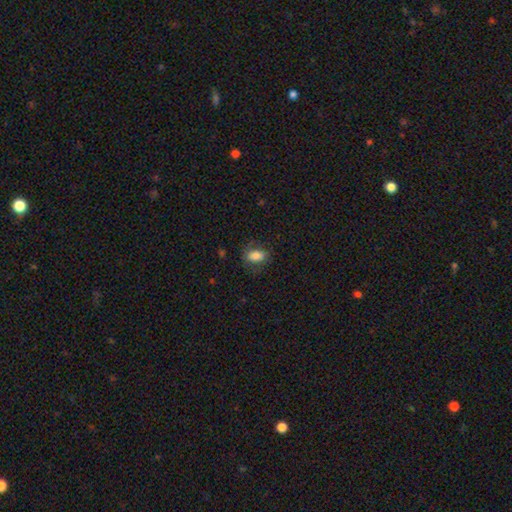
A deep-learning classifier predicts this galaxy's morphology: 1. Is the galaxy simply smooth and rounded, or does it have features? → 77% smooth, 14% featured or disk, 9% star or artifact.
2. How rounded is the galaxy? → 85% in between, 12% round, 3% cigar-shaped.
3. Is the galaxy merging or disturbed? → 68% none, 20% minor disturbance, 11% major disturbance, 1% merger.